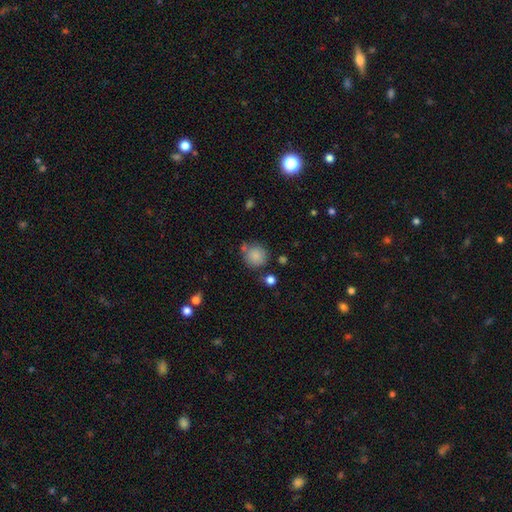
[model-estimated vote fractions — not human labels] smooth 85%, star or artifact 9%, featured or disk 6%. Down the decision tree: how rounded — round (87%); merging — none (69%).